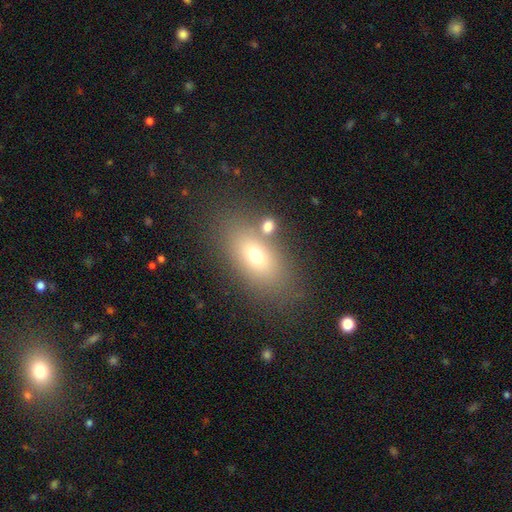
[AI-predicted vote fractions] Overall: smooth (66%). How rounded: in between (82%). Merging: none (74%).